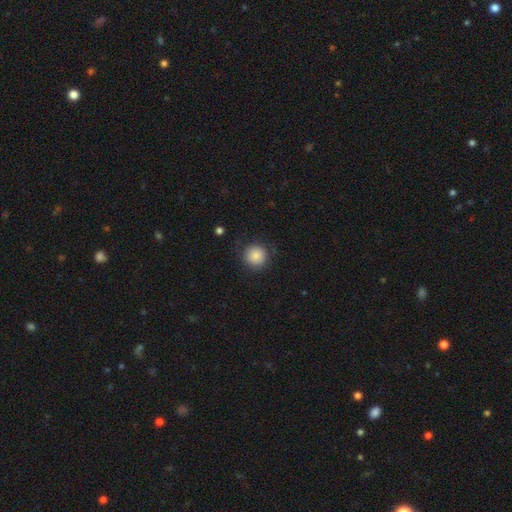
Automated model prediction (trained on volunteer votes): smooth 86%, star or artifact 9%, featured or disk 5%. Down the decision tree: how rounded — round (94%); merging — none (85%).